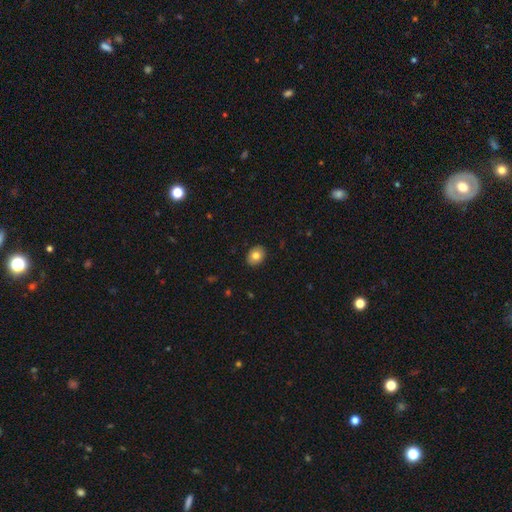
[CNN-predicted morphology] Smooth or featured?
  - smooth: 81% *
  - featured or disk: 11%
  - star or artifact: 8%
How rounded?
  - in between: 66% *
  - round: 33%
  - cigar-shaped: 1%
Merging?
  - none: 90% *
  - minor disturbance: 7%
  - major disturbance: 2%
  - merger: 1%